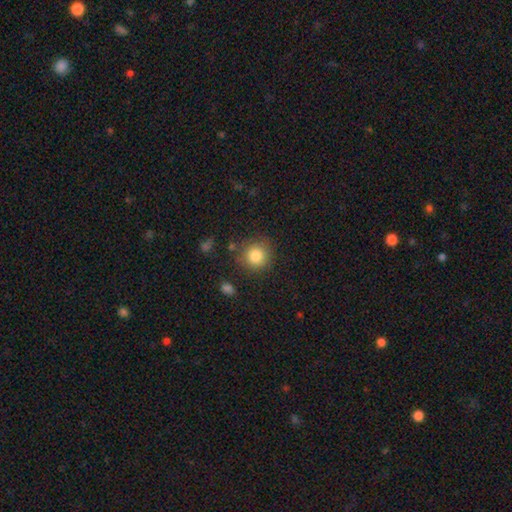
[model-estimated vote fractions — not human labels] Morphology: type=smooth (84%); roundness=round (91%); merging=none (81%).